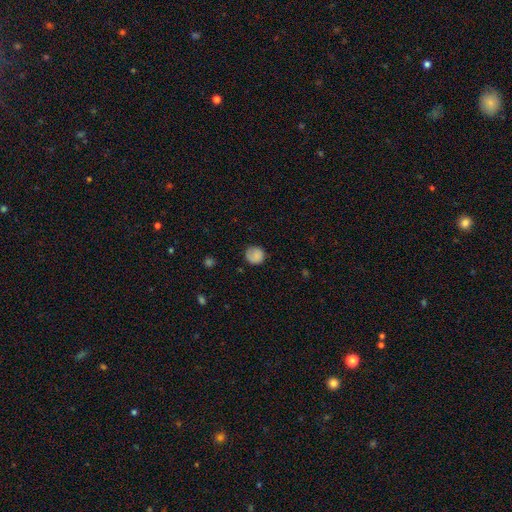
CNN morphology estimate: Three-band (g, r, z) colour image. It shows a smooth galaxy with no disk features (83%) that is round (86%). Merging: none (71%).